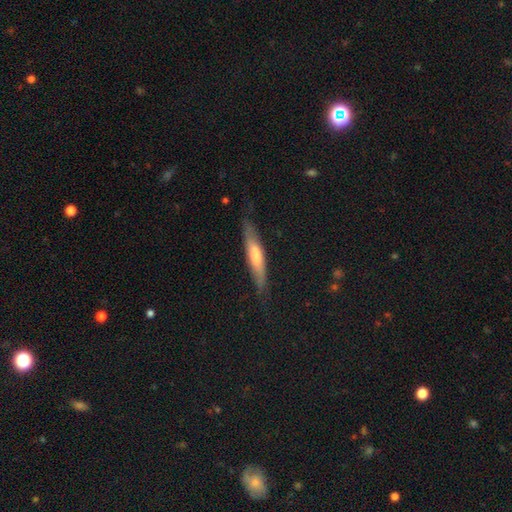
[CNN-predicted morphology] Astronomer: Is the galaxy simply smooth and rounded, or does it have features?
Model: smooth — 60% (runner-up: featured or disk, 35%).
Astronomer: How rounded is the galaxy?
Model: cigar-shaped — 82%.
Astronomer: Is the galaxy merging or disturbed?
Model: none — 74%.